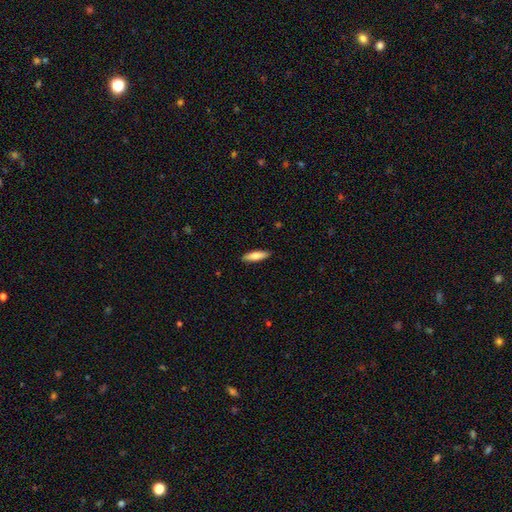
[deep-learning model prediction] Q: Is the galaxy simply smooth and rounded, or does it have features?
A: smooth — 80%.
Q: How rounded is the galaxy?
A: cigar-shaped — 59%.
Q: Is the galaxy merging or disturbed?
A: none — 89%.